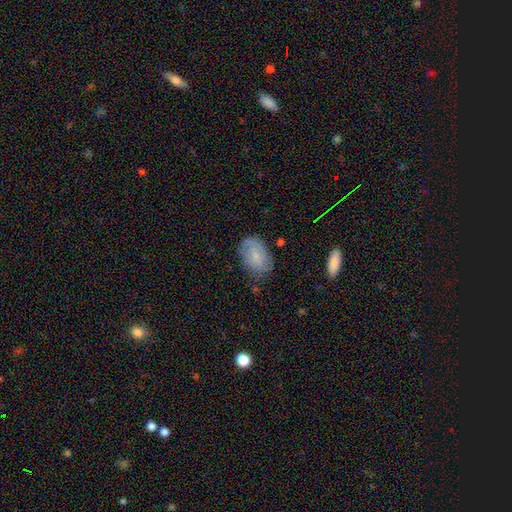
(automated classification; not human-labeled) Smooth or featured? smooth (63%)
How rounded? in between (86%)
Merging? none (68%)